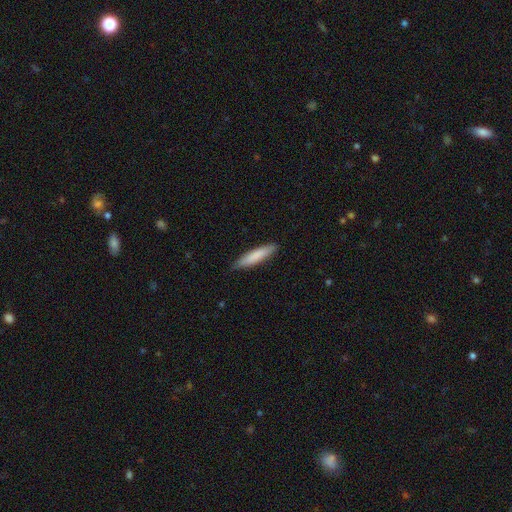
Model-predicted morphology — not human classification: Q: Smooth or featured?
A: smooth (80%); runner-up: featured or disk (14%)
Q: How rounded?
A: cigar-shaped (84%); runner-up: in between (15%)
Q: Merging?
A: none (85%); runner-up: minor disturbance (12%)